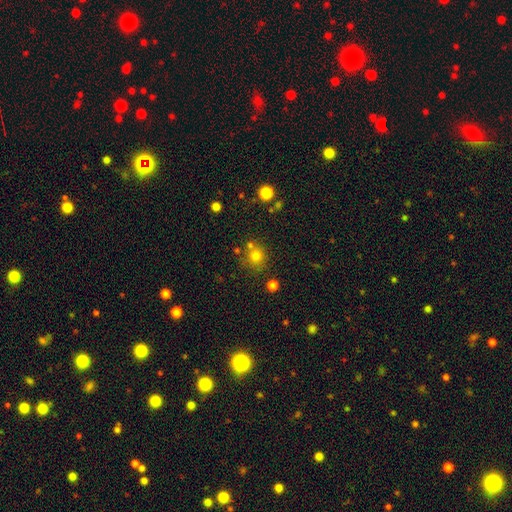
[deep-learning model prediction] This appears to be a smooth galaxy with no disk features (76%) that is round (89%). Merging: none (71%).